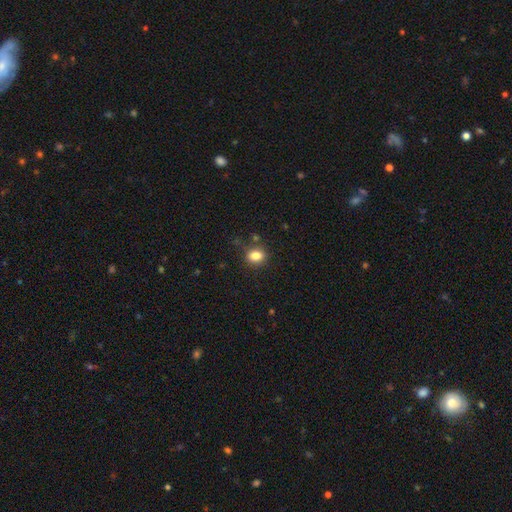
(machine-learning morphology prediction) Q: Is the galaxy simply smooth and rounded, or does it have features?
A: smooth — 83%.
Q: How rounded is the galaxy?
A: in between — 49%, tied with round.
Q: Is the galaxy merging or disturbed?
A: none — 83%.